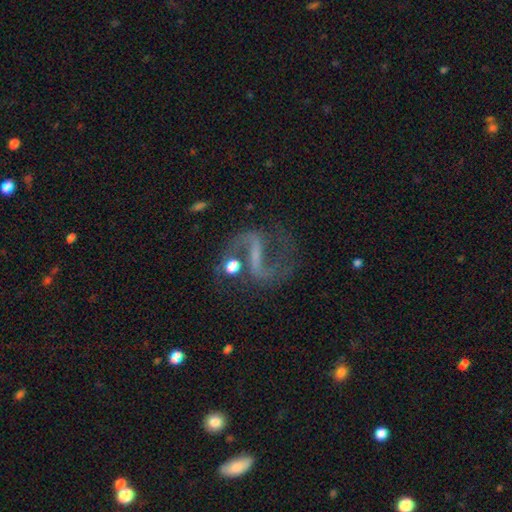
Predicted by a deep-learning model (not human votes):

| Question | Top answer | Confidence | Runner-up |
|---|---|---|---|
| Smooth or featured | featured or disk | 85% | star or artifact (9%) |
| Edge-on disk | no | 96% | yes (4%) |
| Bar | strong | 58% | weak (30%) |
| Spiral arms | yes | 93% | no (7%) |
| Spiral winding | loose | 60% | medium (32%) |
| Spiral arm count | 2 | 90% | 1 (5%) |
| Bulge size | none | 51% | small (33%) |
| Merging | none | 65% | minor disturbance (14%) |